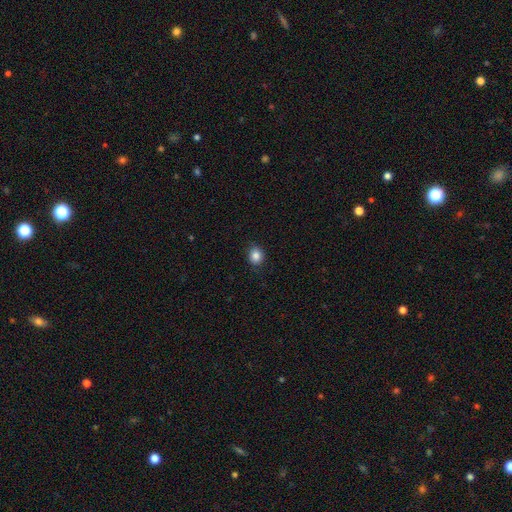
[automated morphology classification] smooth-or-featured: smooth: 85% | star or artifact: 10% | featured or disk: 4%
  how-rounded: round: 69% | in between: 30% | cigar-shaped: 1%
  merging: none: 88% | minor disturbance: 9% | major disturbance: 2% | merger: 1%